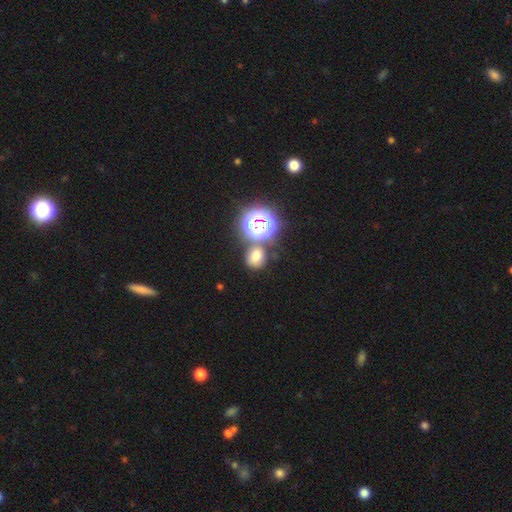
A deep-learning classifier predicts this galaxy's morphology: Q: Smooth or featured?
A: smooth (63%); runner-up: star or artifact (27%)
Q: How rounded?
A: round (69%); runner-up: in between (30%)
Q: Merging?
A: none (66%); runner-up: merger (18%)